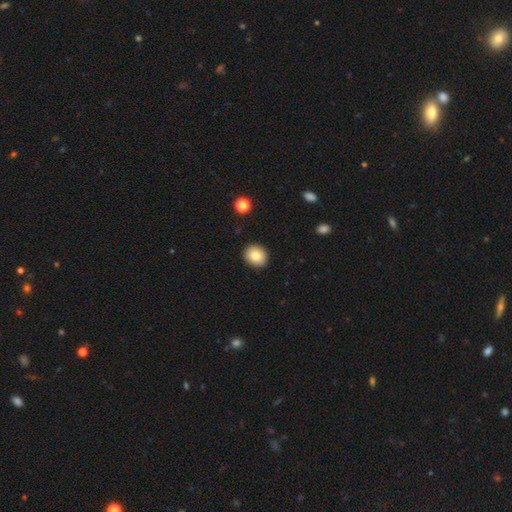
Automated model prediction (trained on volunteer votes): Smooth or featured: smooth — 82% (star or artifact — 9%)
How rounded: round — 76% (in between — 23%)
Merging: none — 90% (minor disturbance — 7%)